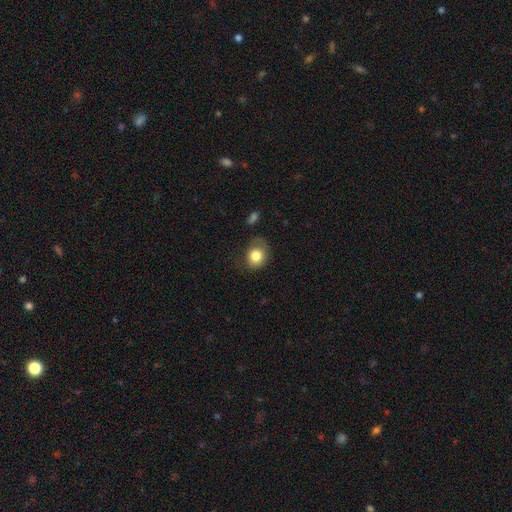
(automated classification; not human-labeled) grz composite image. It shows a smooth galaxy with no disk features (80%) that is round (58%). Merging: none (57%).